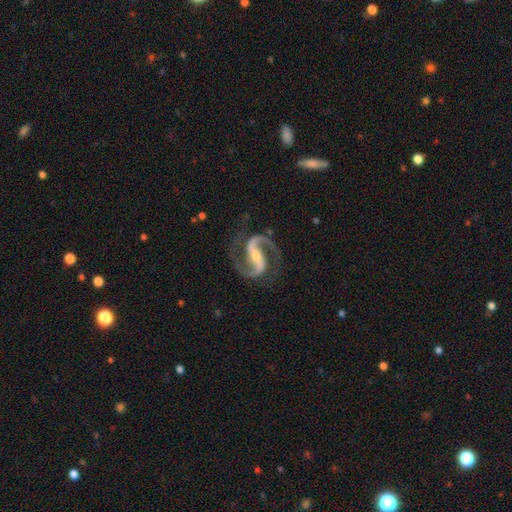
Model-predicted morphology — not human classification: smooth-or-featured: featured or disk: 94% | star or artifact: 4% | smooth: 2%
  disk-edge-on: no: 98% | yes: 2%
    bar: strong: 60% | weak: 28% | no: 13%
    has-spiral-arms: yes: 99% | no: 1%
      spiral-winding: medium: 67% | loose: 19% | tight: 15%
      spiral-arm-count: 2: 95% | 1: 1% | 3: 1% | can't tell: 1% | 4: 1% | more than 4: 1%
    bulge-size: moderate: 45% (tied) | small: 45% (tied) | none: 4% | large: 4% | dominant: 1%
  merging: none: 80% | minor disturbance: 12% | major disturbance: 6% | merger: 1%